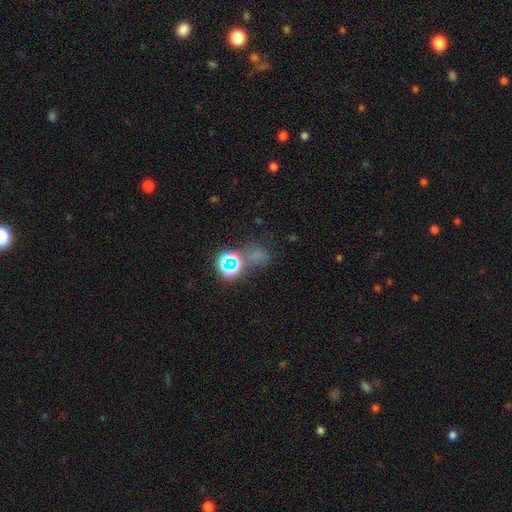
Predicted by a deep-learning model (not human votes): A smooth galaxy with no disk features (47%). Merging: none (55%).